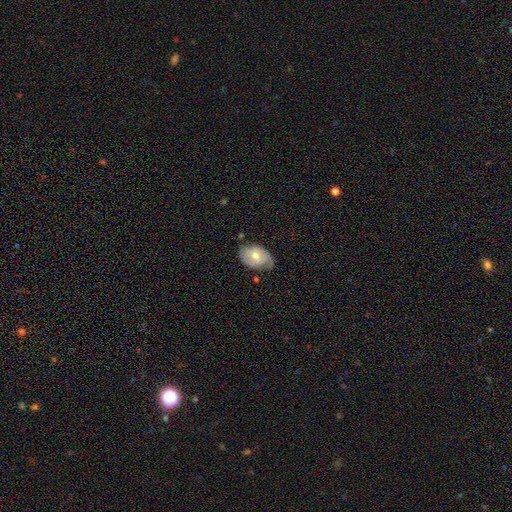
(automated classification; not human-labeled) This appears to be a featured or disk galaxy (48%). Merging: none (57%).